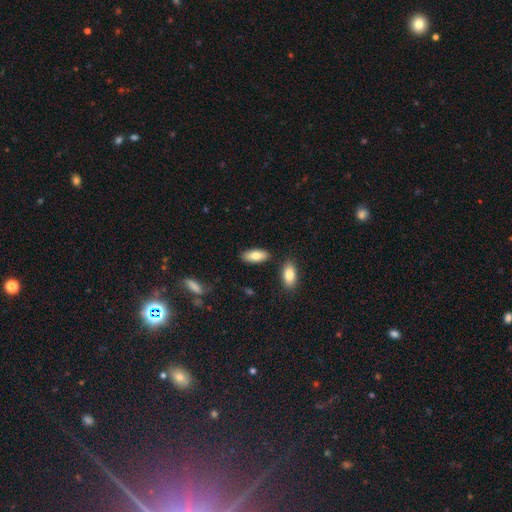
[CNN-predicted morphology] A smooth galaxy with no disk features (79%) that is in between round and cigar-shaped (84%). Merging: none (83%).